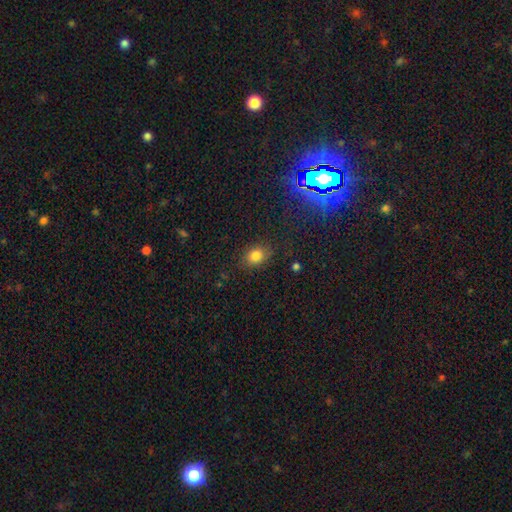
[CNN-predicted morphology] A smooth galaxy with no disk features (81%) that is in between round and cigar-shaped (65%).

Vote fractions:
- Smooth or featured? smooth: 81% / star or artifact: 12% / featured or disk: 7%
- How rounded? in between: 65% / round: 33% / cigar-shaped: 1%
- Merging? none: 82% / minor disturbance: 13% / major disturbance: 4% / merger: 1%